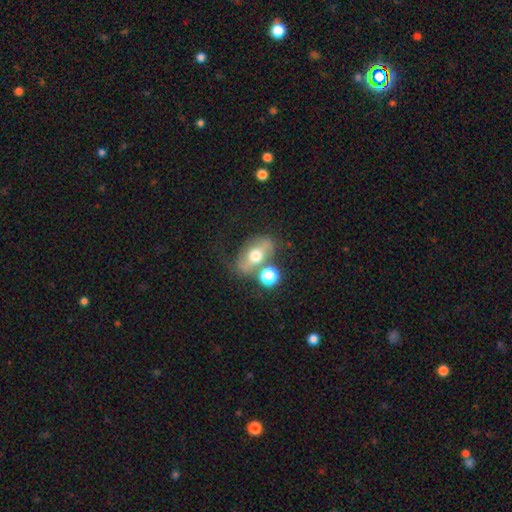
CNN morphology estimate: Overall: smooth (46%; featured or disk 42%). Merging: none (55%; minor disturbance 18%).